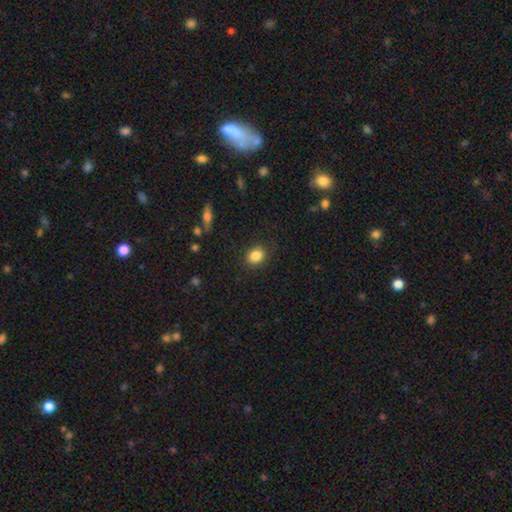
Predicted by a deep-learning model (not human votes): smooth_or_featured: smooth (p=0.85) [alt: star or artifact p=0.10]
how_rounded: round (p=0.61) [alt: in between p=0.38]
merging: none (p=0.88) [alt: minor disturbance p=0.09]